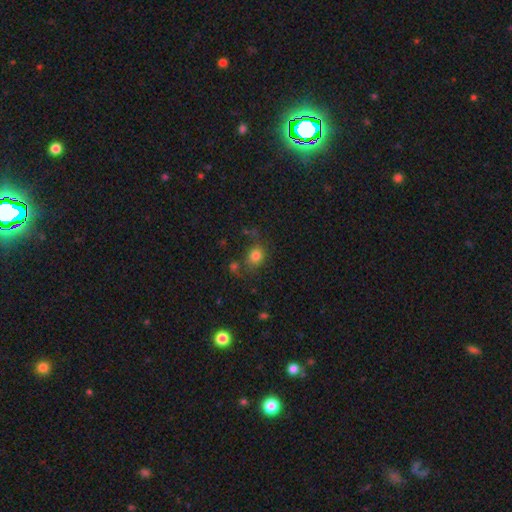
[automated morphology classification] smooth_or_featured: smooth (p=0.79) [alt: star or artifact p=0.13]
how_rounded: round (p=0.62) [alt: in between p=0.36]
merging: none (p=0.66) [alt: minor disturbance p=0.17]